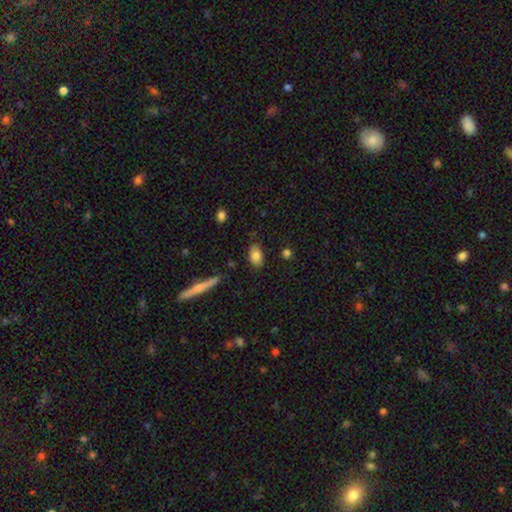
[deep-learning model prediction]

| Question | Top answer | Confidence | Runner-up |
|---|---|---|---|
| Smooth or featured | smooth | 81% | featured or disk (11%) |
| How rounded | in between | 89% | round (7%) |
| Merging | none | 82% | minor disturbance (13%) |